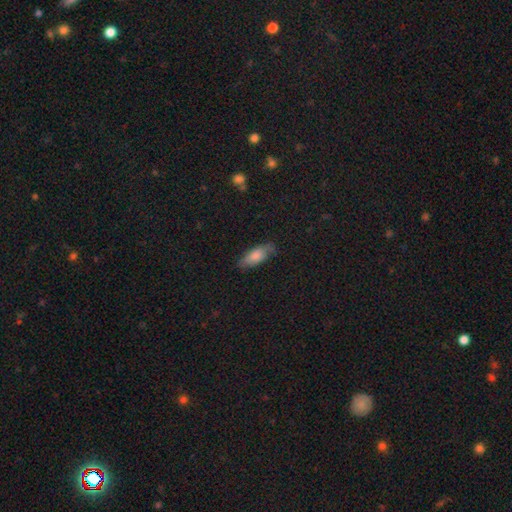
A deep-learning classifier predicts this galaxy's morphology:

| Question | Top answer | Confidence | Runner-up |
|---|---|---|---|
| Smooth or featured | smooth | 75% | featured or disk (19%) |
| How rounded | in between | 74% | cigar-shaped (24%) |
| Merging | none | 75% | minor disturbance (20%) |